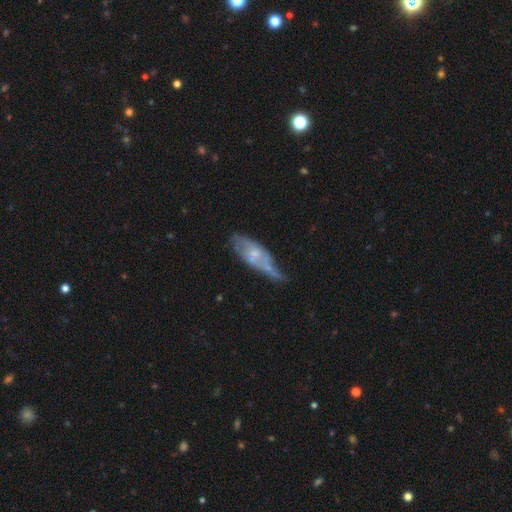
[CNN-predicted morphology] Overall: featured or disk (61%; smooth 32%). Edge-on disk: no (76%). Merging: none (36%; minor disturbance 34%).